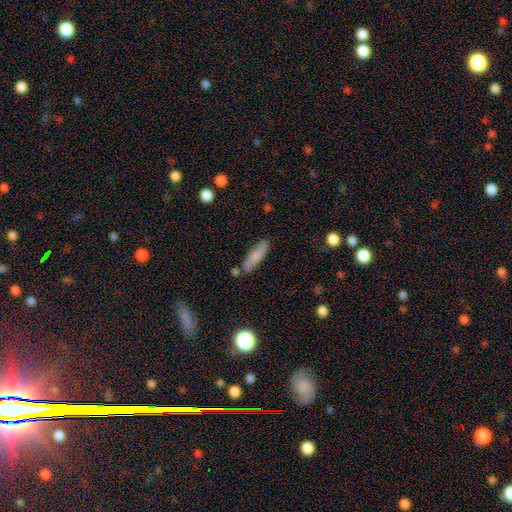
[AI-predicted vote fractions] smooth_or_featured: smooth (p=0.76) [alt: featured or disk p=0.17]
how_rounded: cigar-shaped (p=0.74) [alt: in between p=0.24]
merging: none (p=0.76) [alt: minor disturbance p=0.15]